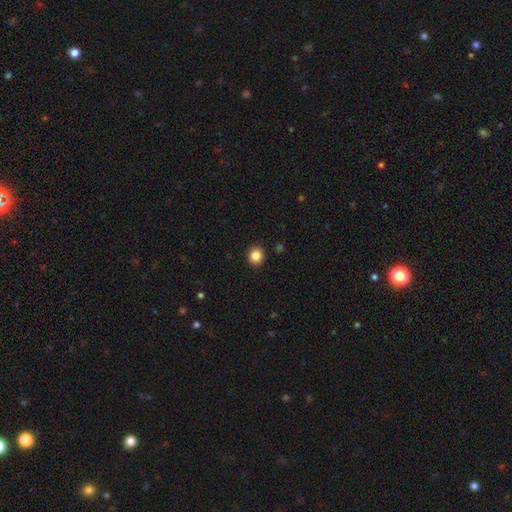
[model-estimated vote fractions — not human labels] smooth-or-featured: smooth: 85% | star or artifact: 11% | featured or disk: 4%
  how-rounded: round: 90% | in between: 9% | cigar-shaped: 1%
  merging: none: 93% | minor disturbance: 5% | major disturbance: 2% | merger: 1%